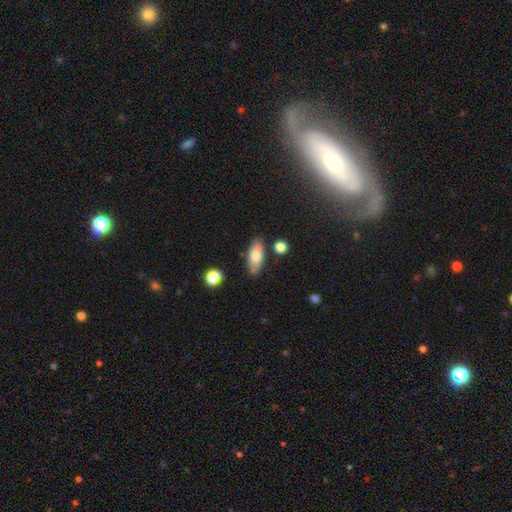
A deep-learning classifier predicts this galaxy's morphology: smooth-or-featured: smooth: 74% | featured or disk: 20% | star or artifact: 7%
  how-rounded: in between: 81% | cigar-shaped: 15% | round: 3%
  merging: none: 79% | minor disturbance: 13% | merger: 5% | major disturbance: 3%